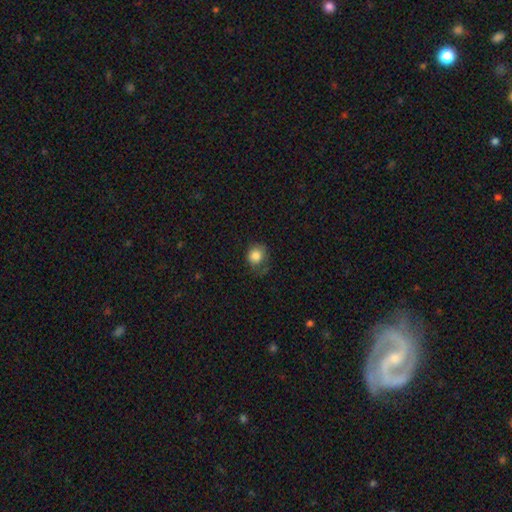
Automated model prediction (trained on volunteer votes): Smooth or featured: smooth — 83% (star or artifact — 9%)
How rounded: round — 76% (in between — 23%)
Merging: none — 52% (minor disturbance — 30%)